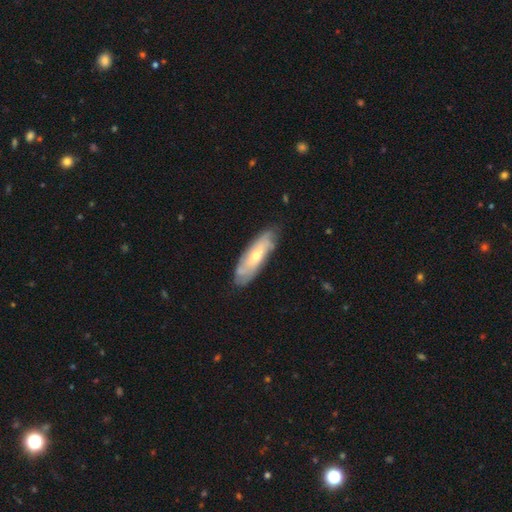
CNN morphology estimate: type=featured or disk (59%); edge-on=no (70%); merging=none (78%).